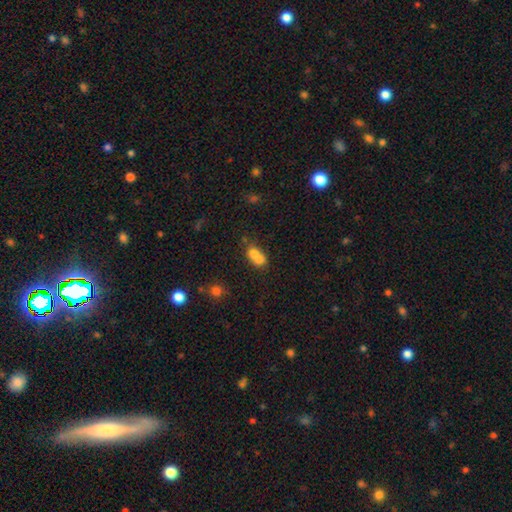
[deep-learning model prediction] smooth_or_featured: smooth (p=0.69) [alt: featured or disk p=0.20]
how_rounded: round (p=0.56) [alt: in between p=0.42]
merging: merger (p=0.69) [alt: none p=0.21]